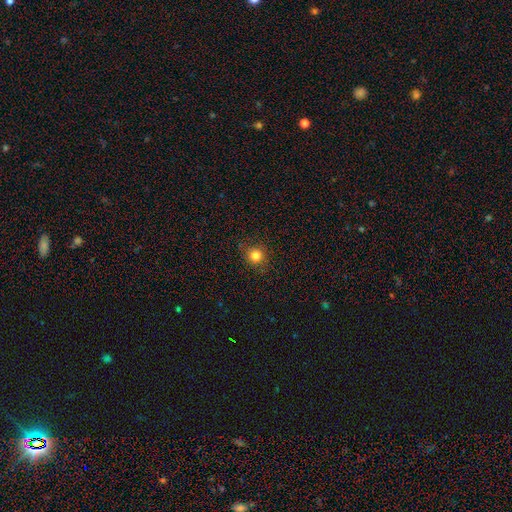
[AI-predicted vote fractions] smooth 81%, star or artifact 13%, featured or disk 6%. Down the decision tree: how rounded — round (92%); merging — none (89%).